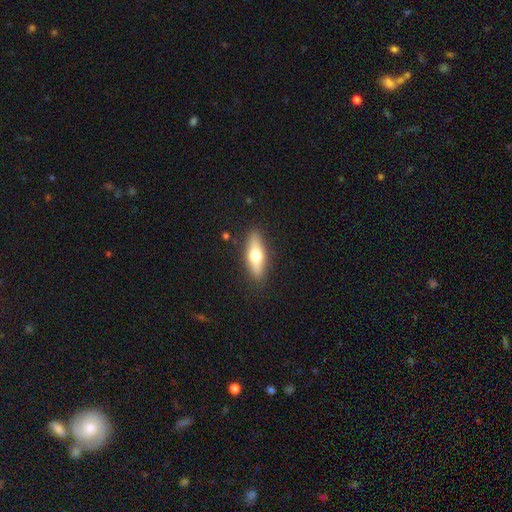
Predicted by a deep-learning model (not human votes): Q: Smooth or featured?
A: smooth (54%); runner-up: featured or disk (40%)
Q: How rounded?
A: in between (50%); runner-up: cigar-shaped (46%)
Q: Merging?
A: none (88%); runner-up: minor disturbance (9%)